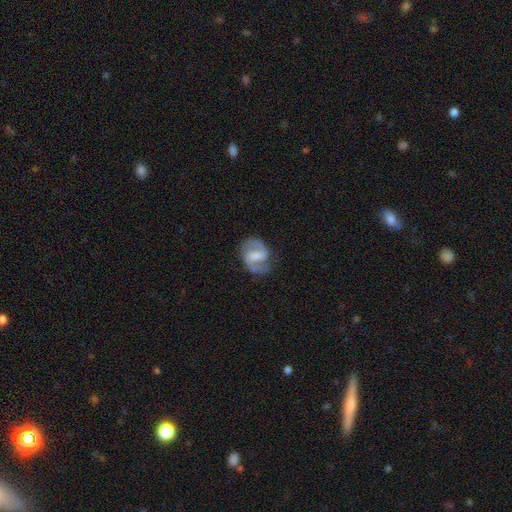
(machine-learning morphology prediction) Smooth or featured? Predicted: featured or disk (p=0.76). Edge-on disk? Predicted: no (p=0.97). Bar? Predicted: weak (p=0.51). Spiral arms? Predicted: yes (p=0.91). Spiral winding? Predicted: medium (p=0.54). Spiral arm count? Predicted: 2 (p=0.89). Bulge size? Predicted: moderate (p=0.48). Merging? Predicted: none (p=0.73).